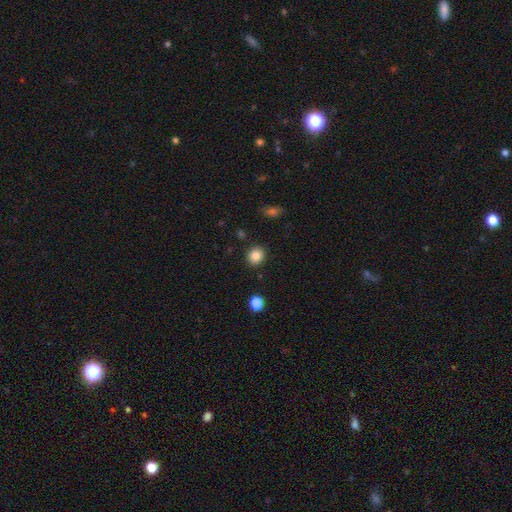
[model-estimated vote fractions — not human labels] A smooth galaxy with no disk features (85%) that is round (80%). Merging: none (89%).